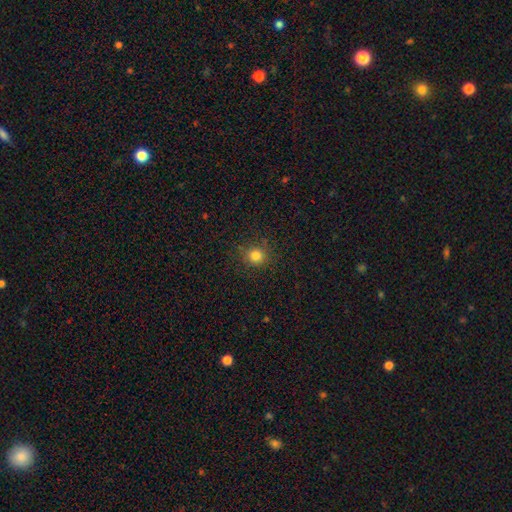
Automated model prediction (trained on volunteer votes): A smooth galaxy with no disk features (81%) that is round (92%).

Vote fractions:
- Smooth or featured? smooth: 81% / star or artifact: 14% / featured or disk: 5%
- How rounded? round: 92% / in between: 7% / cigar-shaped: 1%
- Merging? none: 87% / minor disturbance: 9% / major disturbance: 3% / merger: 1%